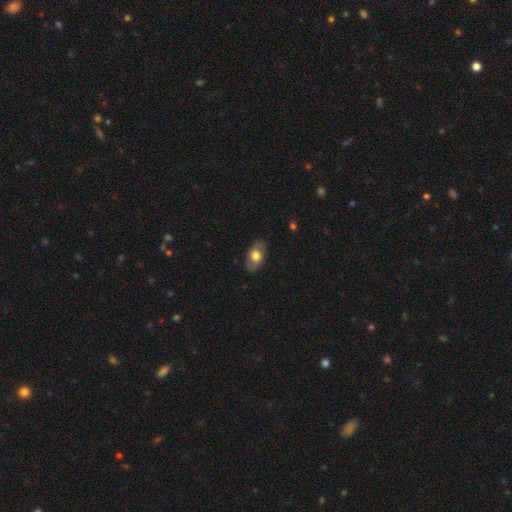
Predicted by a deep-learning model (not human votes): Overall: smooth (61%; featured or disk 32%). How rounded: in between (88%). Merging: none (81%).